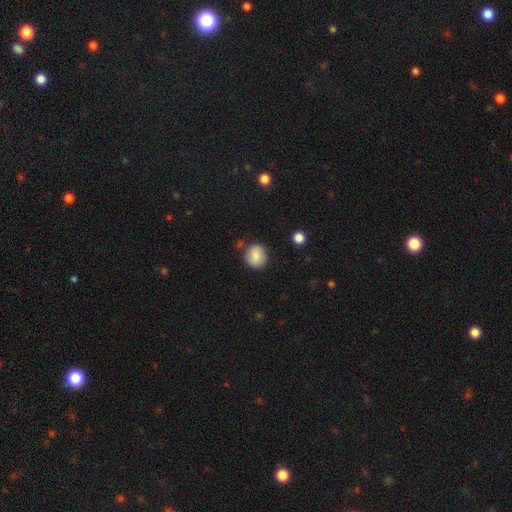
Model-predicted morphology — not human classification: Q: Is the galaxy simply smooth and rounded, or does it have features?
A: smooth — 81%.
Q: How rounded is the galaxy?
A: round — 83%.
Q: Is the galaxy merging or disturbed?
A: none — 80%.